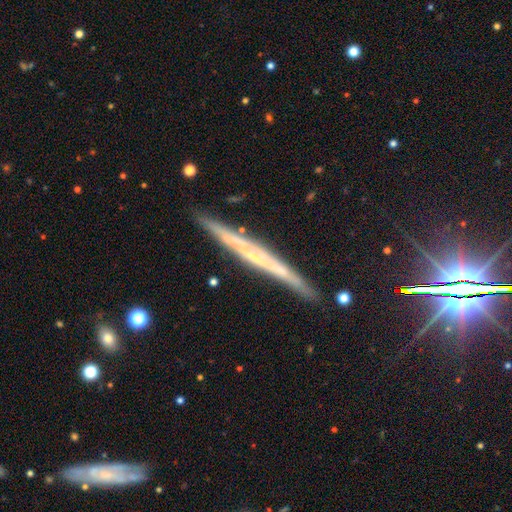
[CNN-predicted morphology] The model was most divided on "smooth or featured": featured or disk: 67%, smooth: 23%, star or artifact: 10%. More confident: edge-on disk — yes (96%); merging — none (87%); edge-on bulge — none (73%).